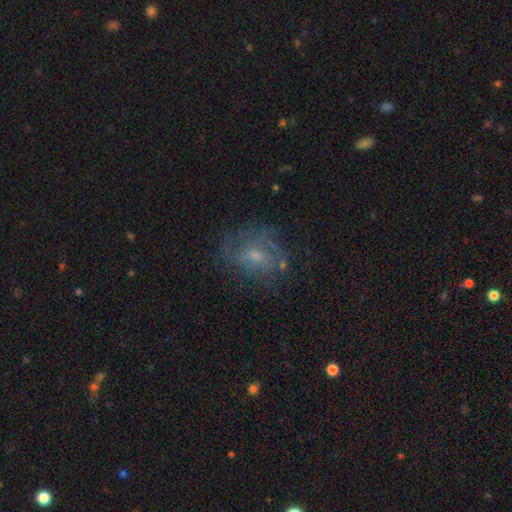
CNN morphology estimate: Smooth or featured?
  - featured or disk: 57% *
  - smooth: 30%
  - star or artifact: 13%
Edge-on disk?
  - no: 96% *
  - yes: 4%
Bar?
  - no: 59% *
  - weak: 35%
  - strong: 6%
Spiral arms?
  - yes: 63% *
  - no: 37%
Bulge size?
  - small: 48% *
  - moderate: 39%
  - none: 9%
  - large: 3%
  - dominant: 1%
Merging?
  - none: 59% *
  - minor disturbance: 21%
  - major disturbance: 17%
  - merger: 2%